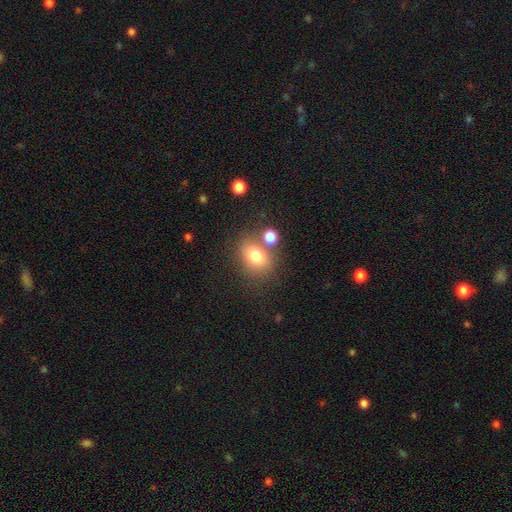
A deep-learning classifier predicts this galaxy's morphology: A smooth galaxy with no disk features (78%) that is in between round and cigar-shaped (56%). Merging: none (62%).